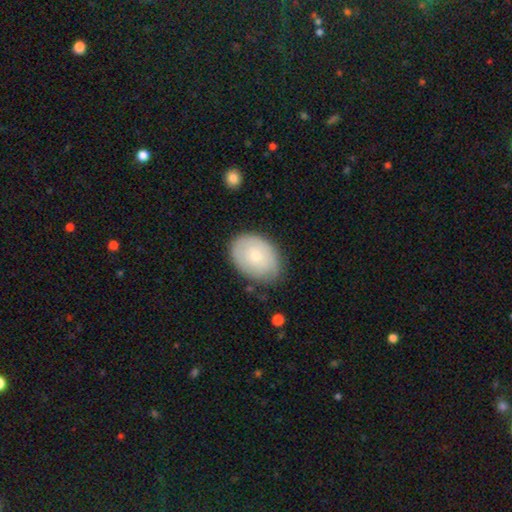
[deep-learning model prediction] A smooth galaxy with no disk features (59%) that is in between round and cigar-shaped (75%).

Vote fractions:
- Smooth or featured? smooth: 59% / featured or disk: 35% / star or artifact: 6%
- How rounded? in between: 75% / round: 24% / cigar-shaped: 1%
- Merging? none: 73% / minor disturbance: 21% / major disturbance: 5% / merger: 2%